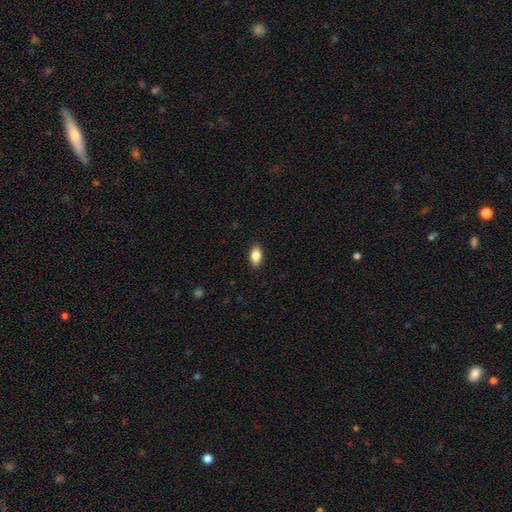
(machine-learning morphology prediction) smooth-or-featured: smooth: 85% | star or artifact: 8% | featured or disk: 7%
  how-rounded: in between: 90% | round: 6% | cigar-shaped: 4%
  merging: none: 88% | minor disturbance: 9% | major disturbance: 2% | merger: 1%